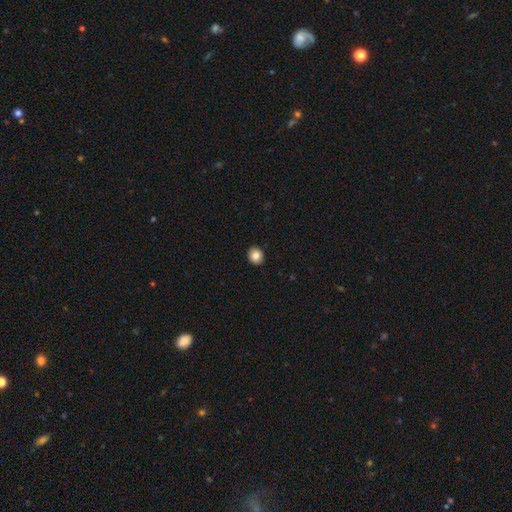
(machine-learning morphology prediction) Q: Smooth or featured?
A: smooth (84%); runner-up: star or artifact (9%)
Q: How rounded?
A: round (71%); runner-up: in between (28%)
Q: Merging?
A: none (91%); runner-up: minor disturbance (6%)